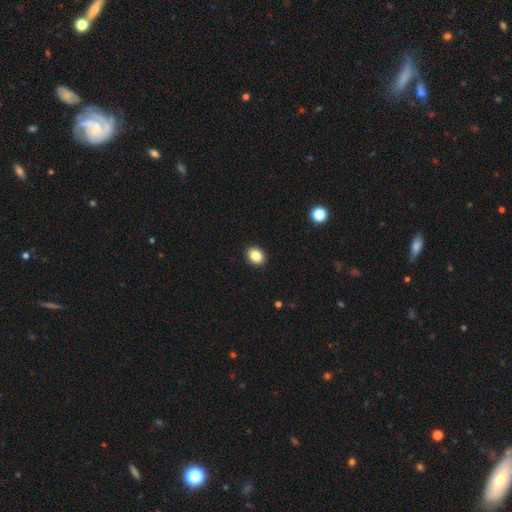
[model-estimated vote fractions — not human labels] Q: Smooth or featured?
A: smooth (85%); runner-up: star or artifact (9%)
Q: How rounded?
A: in between (59%); runner-up: round (40%)
Q: Merging?
A: none (92%); runner-up: minor disturbance (6%)